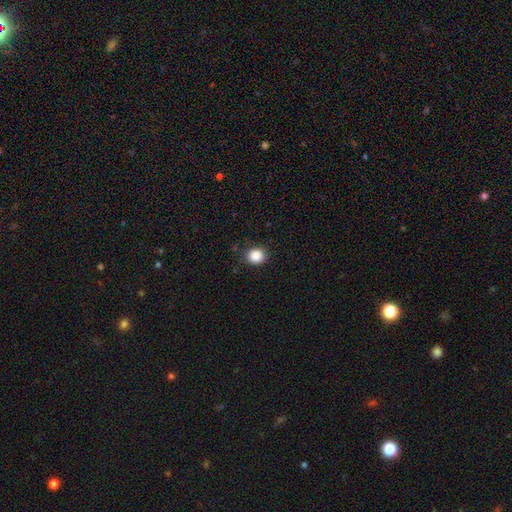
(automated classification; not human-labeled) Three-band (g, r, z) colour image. It shows a smooth galaxy with no disk features (86%) that is round (77%). Merging: none (86%).